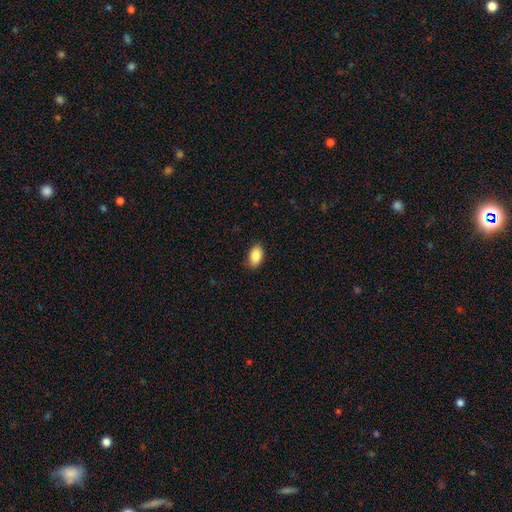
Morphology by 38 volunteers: A smooth galaxy with no disk features (97%) that is in between round and cigar-shaped (95%). Merging: none (81%).